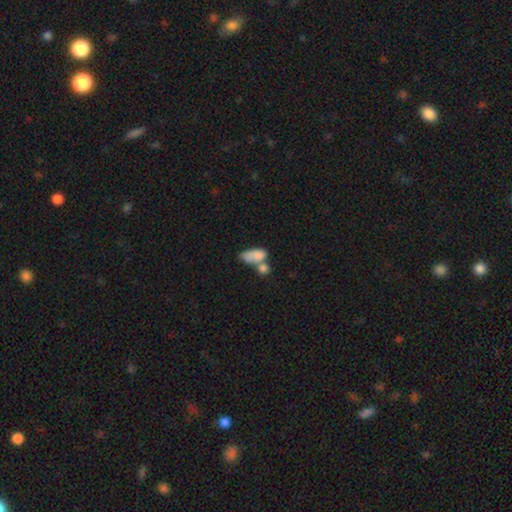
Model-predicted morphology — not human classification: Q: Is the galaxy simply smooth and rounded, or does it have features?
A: smooth — 78%.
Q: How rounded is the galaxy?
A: in between — 83%.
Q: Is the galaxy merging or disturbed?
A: merger — 54%.